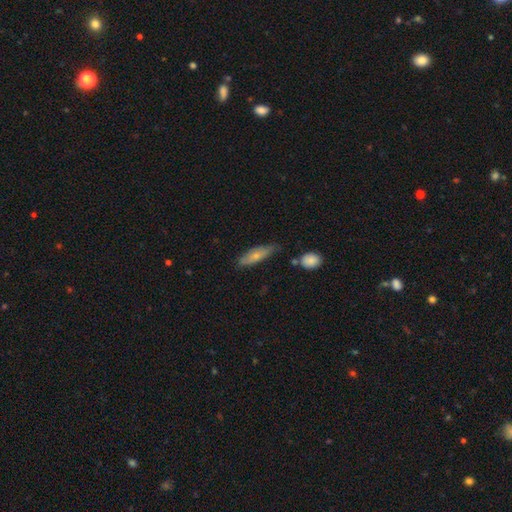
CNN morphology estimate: Q: Smooth or featured?
A: smooth (65%); runner-up: featured or disk (29%)
Q: How rounded?
A: cigar-shaped (50%); runner-up: in between (47%)
Q: Merging?
A: none (64%); runner-up: minor disturbance (27%)